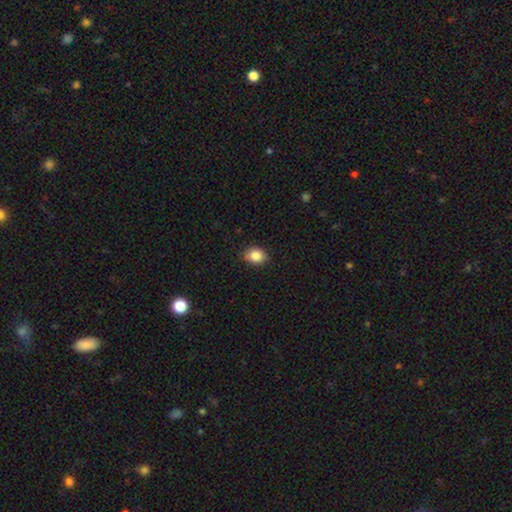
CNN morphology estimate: type=smooth (86%); roundness=in between (56%); merging=none (82%).